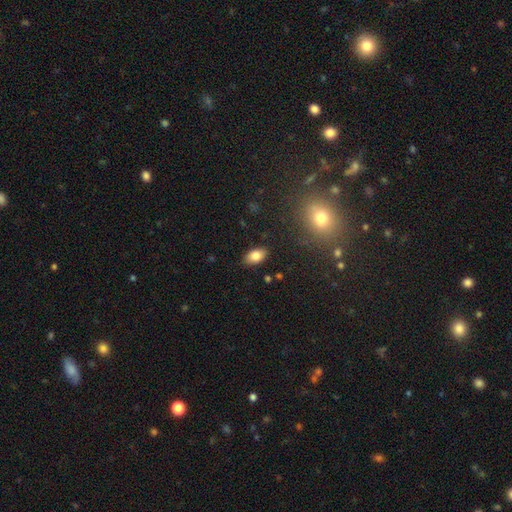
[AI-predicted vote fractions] smooth 82%, star or artifact 9%, featured or disk 9%. Down the decision tree: how rounded — in between (91%); merging — none (86%).